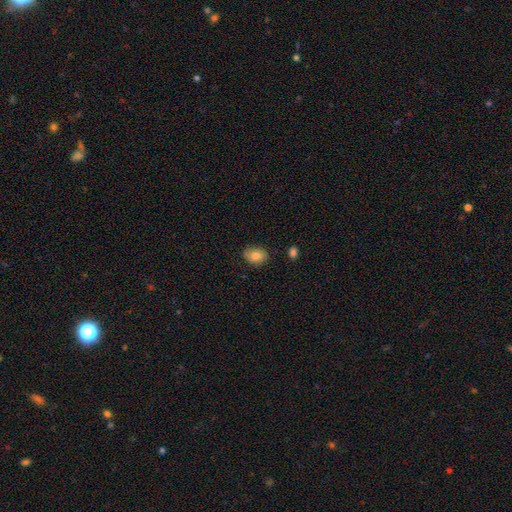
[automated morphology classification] Smooth or featured: smooth — 82% (featured or disk — 10%)
How rounded: in between — 70% (round — 29%)
Merging: none — 78% (minor disturbance — 17%)